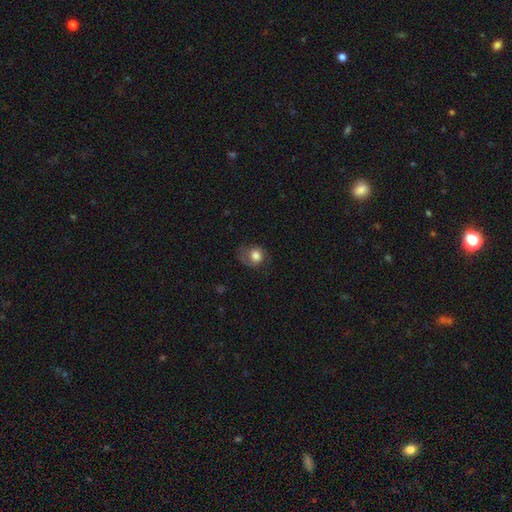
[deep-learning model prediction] Smooth or featured? smooth (74%)
How rounded? round (65%)
Merging? none (47%)